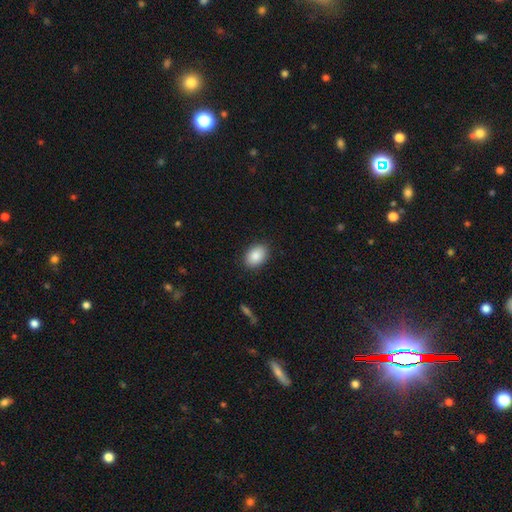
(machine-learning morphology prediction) smooth_or_featured: smooth (p=0.88) [alt: star or artifact p=0.07]
how_rounded: in between (p=0.84) [alt: round p=0.15]
merging: none (p=0.88) [alt: minor disturbance p=0.09]